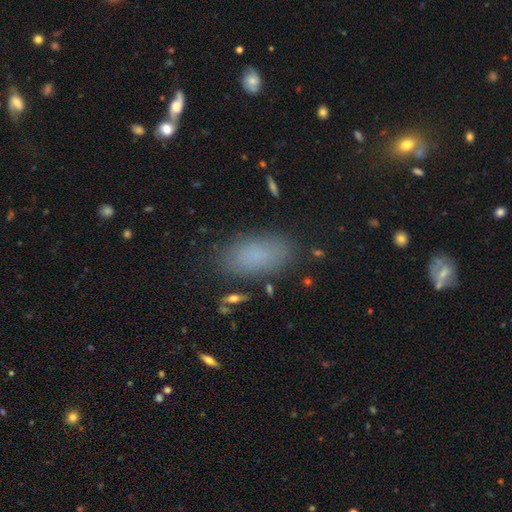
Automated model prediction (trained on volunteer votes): This appears to be a smooth galaxy with no disk features (83%) that is in between round and cigar-shaped (92%). Merging: none (84%).